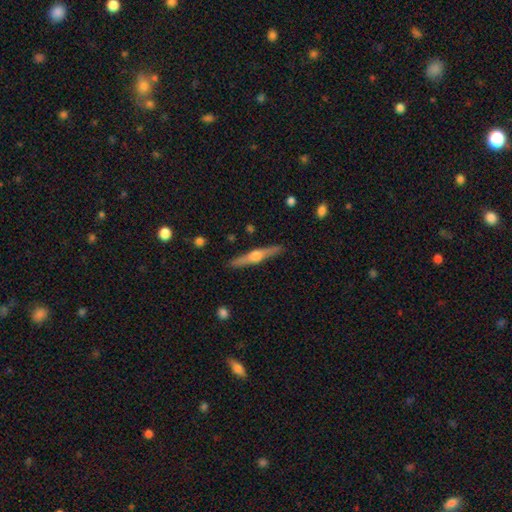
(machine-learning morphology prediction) featured or disk 72%, smooth 23%, star or artifact 5%. Down the decision tree: edge-on disk — yes (98%); edge-on bulge — rounded (94%); merging — none (90%).